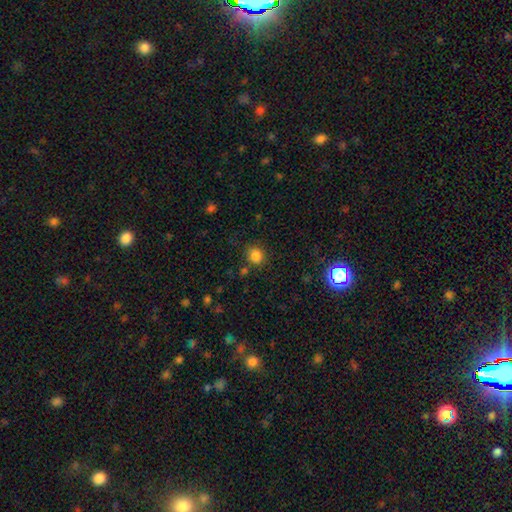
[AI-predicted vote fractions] Smooth or featured? smooth (83%)
How rounded? round (83%)
Merging? none (80%)